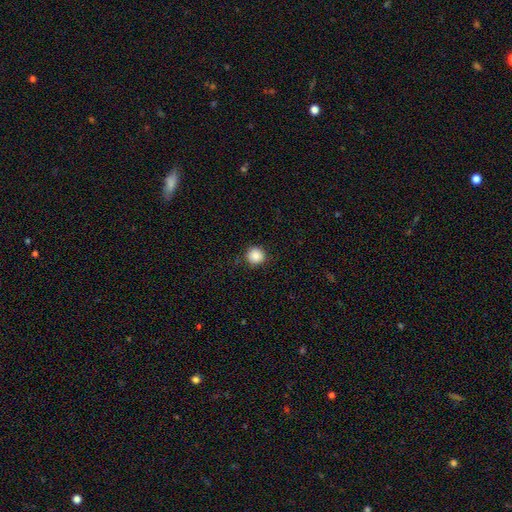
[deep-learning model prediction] Smooth or featured?
  - smooth: 85% *
  - star or artifact: 10%
  - featured or disk: 5%
How rounded?
  - round: 94% *
  - in between: 5%
  - cigar-shaped: 1%
Merging?
  - none: 89% *
  - minor disturbance: 8%
  - major disturbance: 2%
  - merger: 1%